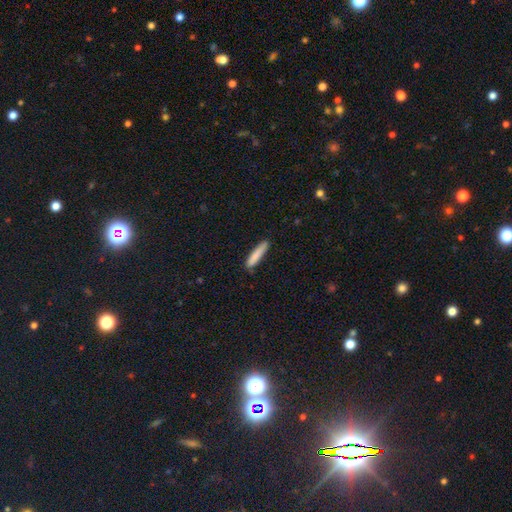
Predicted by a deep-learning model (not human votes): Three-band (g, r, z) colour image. It shows a smooth galaxy with no disk features (84%) that is cigar-shaped (88%). Merging: none (82%).